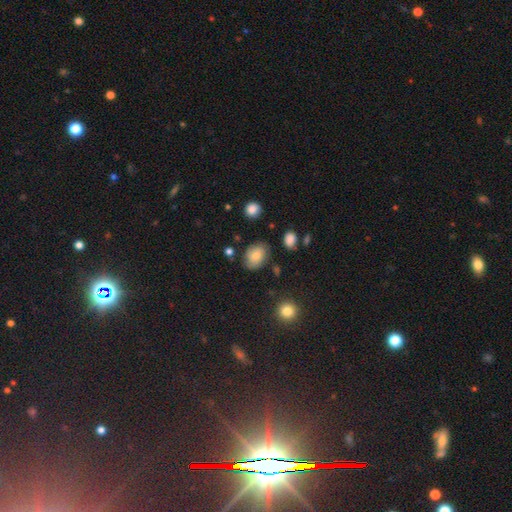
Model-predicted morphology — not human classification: smooth 73%, featured or disk 17%, star or artifact 10%. Down the decision tree: how rounded — in between (69%); merging — none (73%).